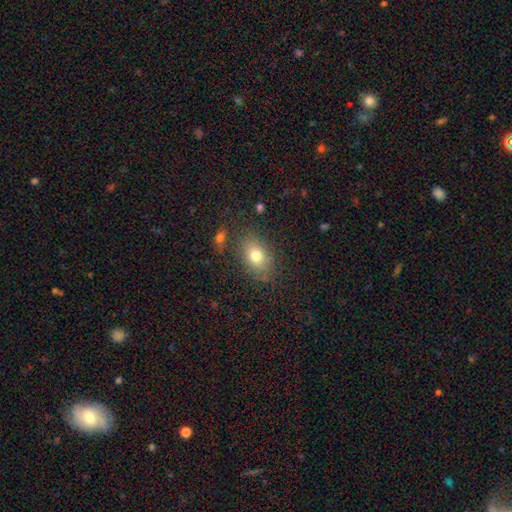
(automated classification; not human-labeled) Smooth or featured? smooth (76%)
How rounded? in between (78%)
Merging? none (80%)